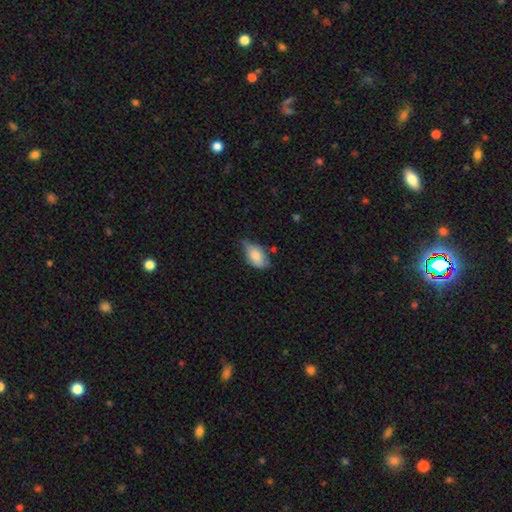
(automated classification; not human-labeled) Overall: smooth (78%). How rounded: in between (91%). Merging: minor disturbance (47%; none 39%).